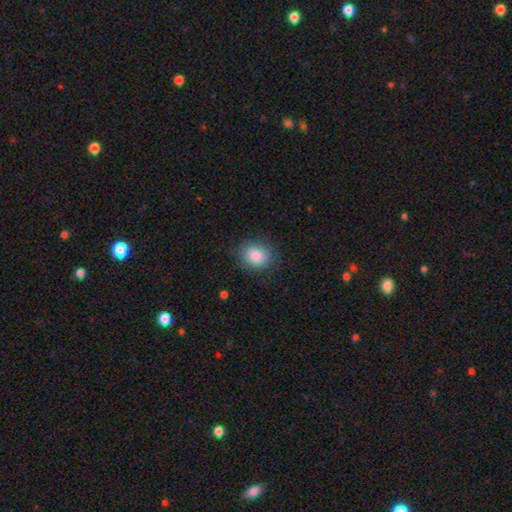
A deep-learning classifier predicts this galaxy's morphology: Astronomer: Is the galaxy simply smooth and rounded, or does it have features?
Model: smooth — 86%.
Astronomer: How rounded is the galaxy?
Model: round — 60% (runner-up: in between, 39%).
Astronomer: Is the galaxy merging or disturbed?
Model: none — 83%.